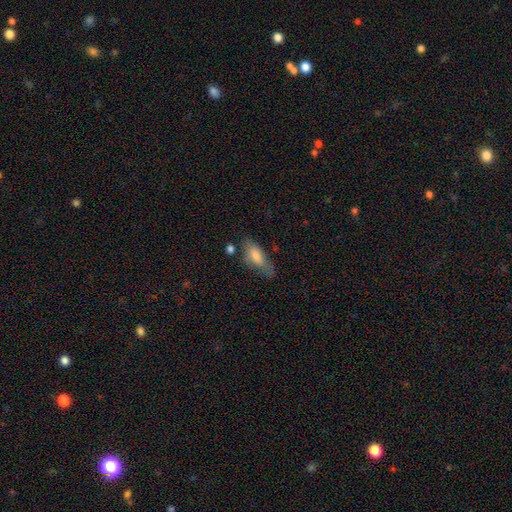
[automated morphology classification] Q: Smooth or featured?
A: smooth (67%); runner-up: featured or disk (25%)
Q: How rounded?
A: in between (71%); runner-up: cigar-shaped (27%)
Q: Merging?
A: none (56%); runner-up: minor disturbance (28%)